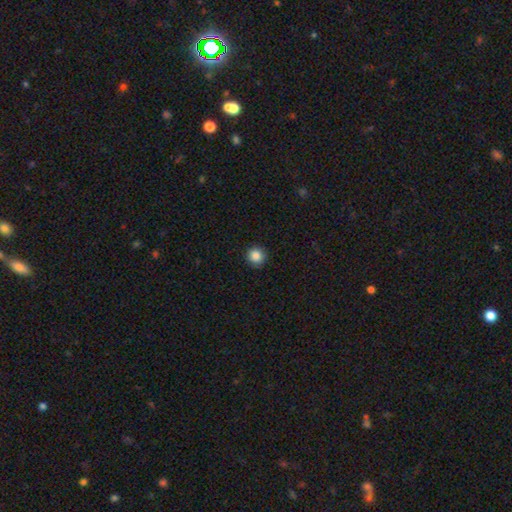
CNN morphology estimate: Overall: smooth (87%). How rounded: round (93%). Merging: none (90%).